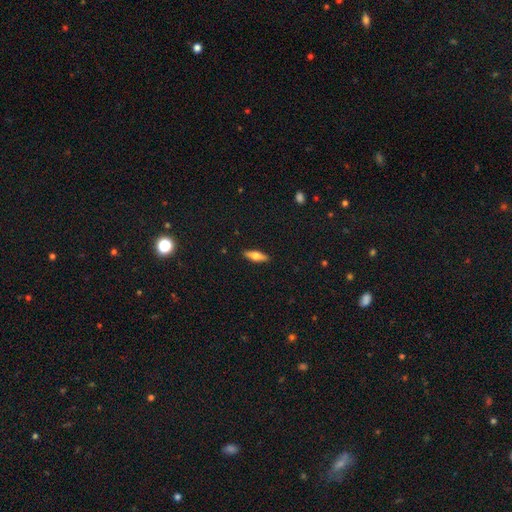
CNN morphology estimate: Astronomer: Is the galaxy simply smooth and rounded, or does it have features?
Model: smooth — 54% (runner-up: featured or disk, 39%).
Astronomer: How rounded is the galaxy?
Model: cigar-shaped — 50% (runner-up: in between, 47%).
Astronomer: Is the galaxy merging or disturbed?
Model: none — 90%.